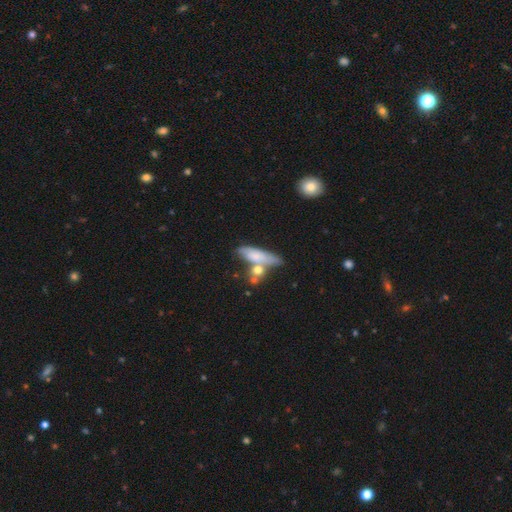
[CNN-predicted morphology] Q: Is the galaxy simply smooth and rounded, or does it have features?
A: smooth — 67%.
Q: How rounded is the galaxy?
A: cigar-shaped — 53%.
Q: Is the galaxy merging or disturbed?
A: none — 45%.